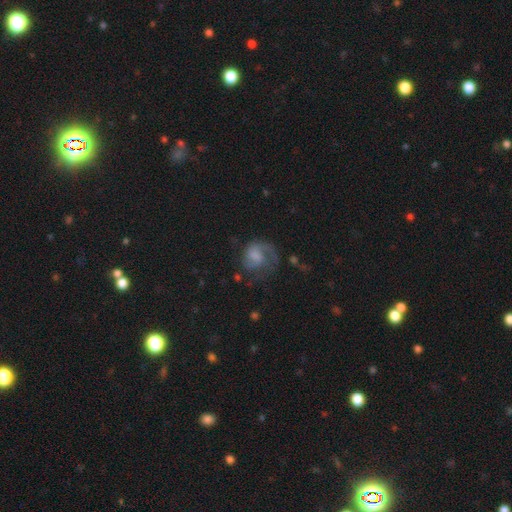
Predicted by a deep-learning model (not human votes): The model was most divided on "merging": none: 43%, major disturbance: 34%, minor disturbance: 20%, merger: 3%. Remaining: edge-on disk — no (98%); spiral arms — yes (88%); spiral arm count — 1 (63%); smooth or featured — featured or disk (63%); bar — no (56%); spiral winding — medium (43%); bulge size — none (36%).